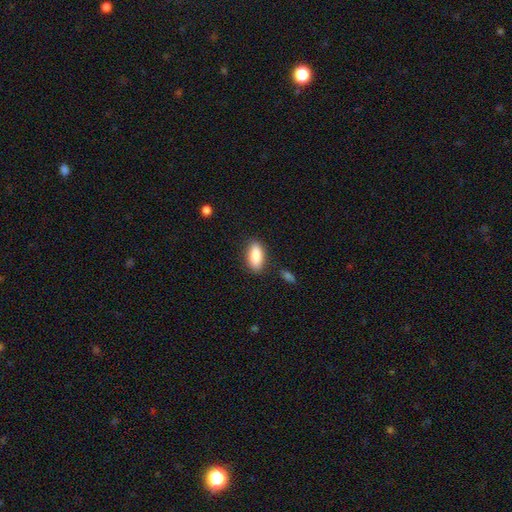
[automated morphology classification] A smooth galaxy with no disk features (88%) that is in between round and cigar-shaped (87%).

Vote fractions:
- Smooth or featured? smooth: 88% / star or artifact: 6% / featured or disk: 6%
- How rounded? in between: 87% / cigar-shaped: 11% / round: 3%
- Merging? none: 84% / minor disturbance: 11% / major disturbance: 3% / merger: 2%